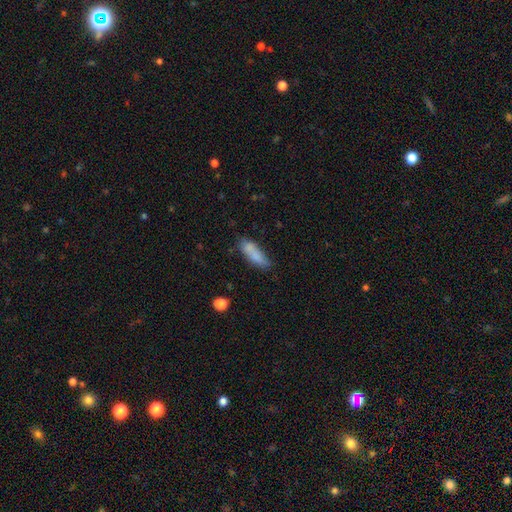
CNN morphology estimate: smooth-or-featured: smooth: 79% | featured or disk: 13% | star or artifact: 8%
  how-rounded: in between: 54% | cigar-shaped: 44% | round: 2%
  merging: none: 58% | minor disturbance: 25% | merger: 10% | major disturbance: 7%